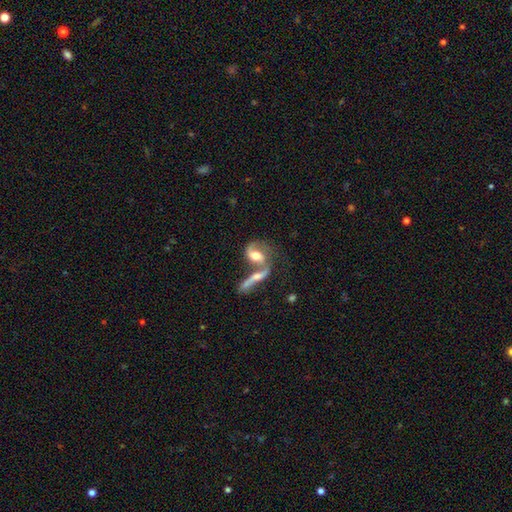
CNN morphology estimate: Smooth or featured? featured or disk (66%)
Edge-on disk? no (88%)
Bar? no (48%)
Spiral arms? yes (83%)
Bulge size? moderate (61%)
Merging? merger (58%)